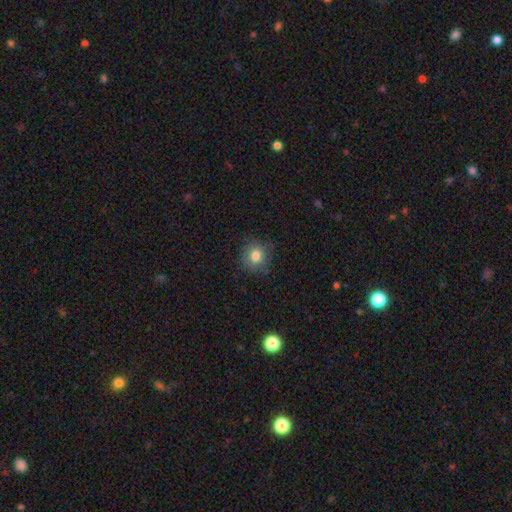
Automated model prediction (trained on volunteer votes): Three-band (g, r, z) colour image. It shows a smooth galaxy with no disk features (80%) that is round (85%). Merging: none (80%).